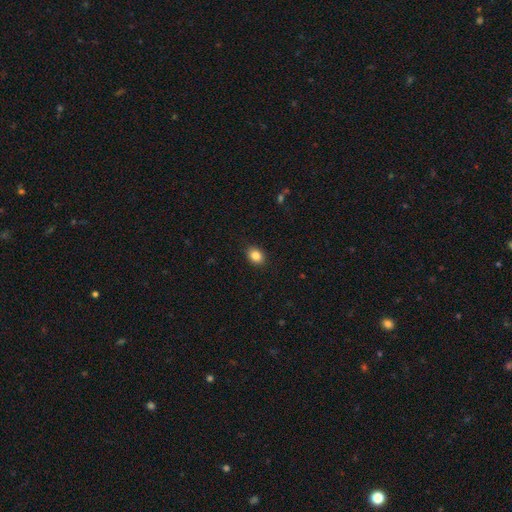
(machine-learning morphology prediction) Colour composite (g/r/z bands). It shows a smooth galaxy with no disk features (85%) that is in between round and cigar-shaped (60%). Merging: none (89%).